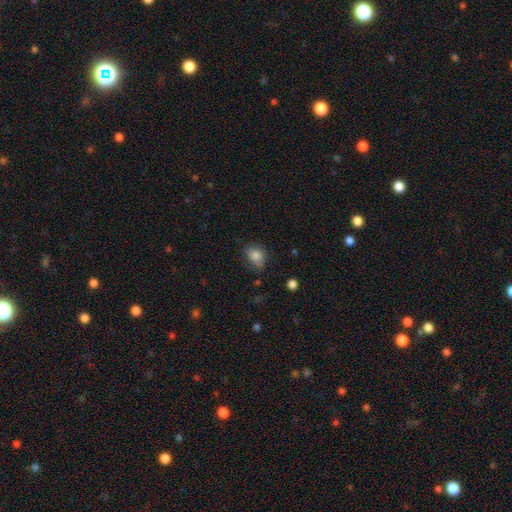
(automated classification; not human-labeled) A smooth galaxy with no disk features (83%) that is in between round and cigar-shaped (60%).

Vote fractions:
- Smooth or featured? smooth: 83% / star or artifact: 10% / featured or disk: 7%
- How rounded? in between: 60% / round: 39% / cigar-shaped: 1%
- Merging? none: 61% / minor disturbance: 29% / major disturbance: 8% / merger: 2%